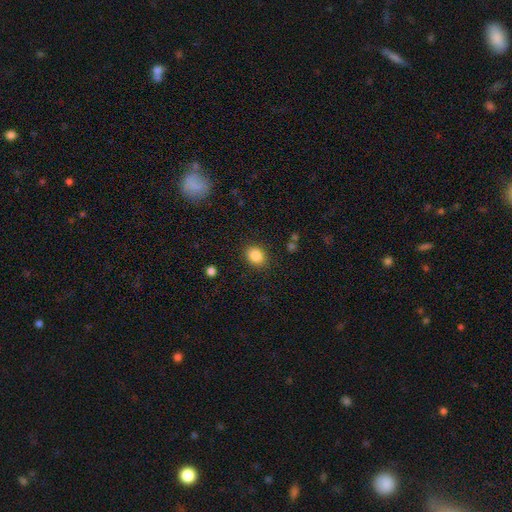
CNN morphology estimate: The model was most divided on "how rounded": round: 50%, in between: 49%, cigar-shaped: 1%. More confident: merging — none (87%); smooth or featured — smooth (85%).